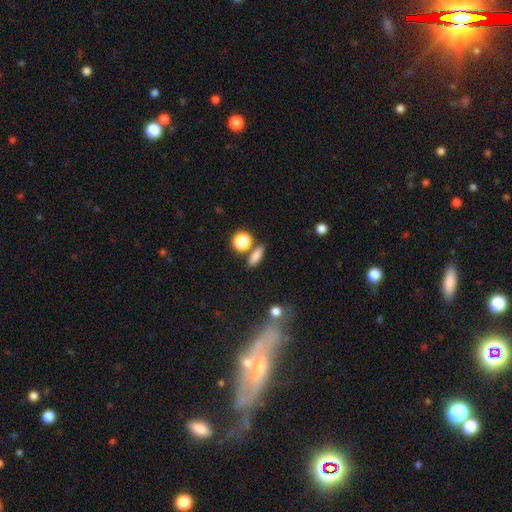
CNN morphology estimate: Smooth or featured? Predicted: smooth (p=0.82). How rounded? Predicted: in between (p=0.54). Merging? Predicted: none (p=0.75).